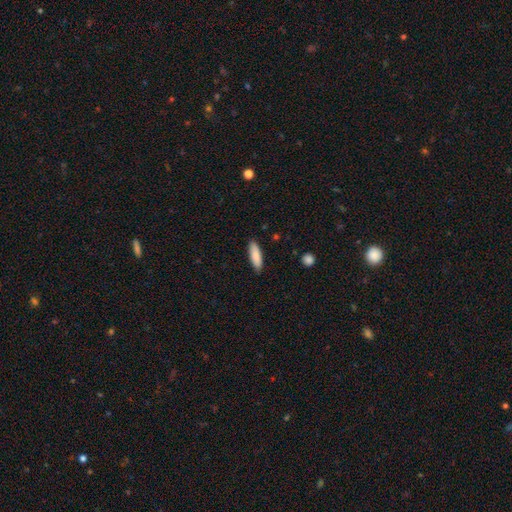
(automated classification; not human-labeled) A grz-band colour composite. It shows a smooth galaxy with no disk features (86%) that is cigar-shaped (58%). Merging: none (88%).